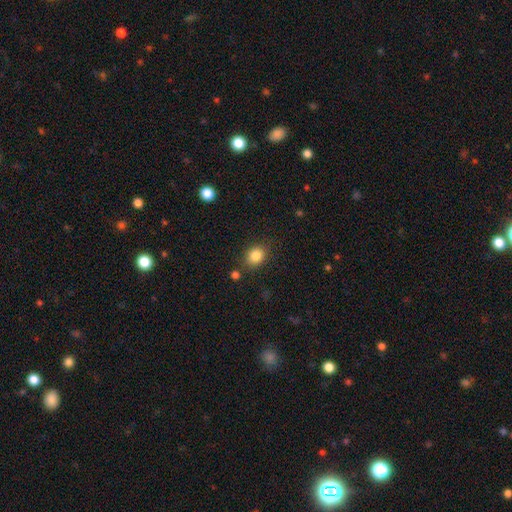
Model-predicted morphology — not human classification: Smooth or featured? smooth (84%)
How rounded? round (58%)
Merging? none (81%)